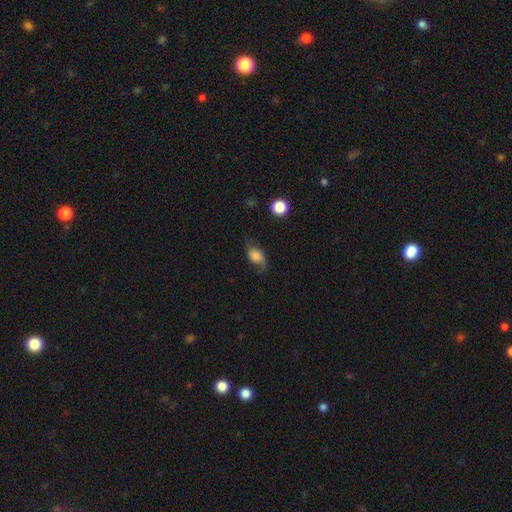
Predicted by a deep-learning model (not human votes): Smooth or featured: smooth — 61% (featured or disk — 29%)
How rounded: in between — 80% (round — 17%)
Merging: none — 55% (minor disturbance — 29%)